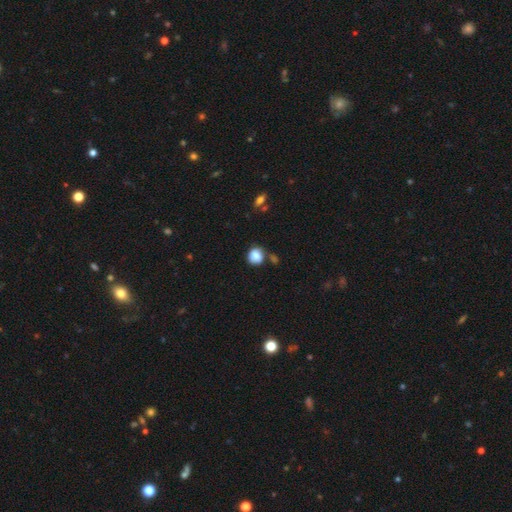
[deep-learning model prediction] smooth-or-featured: smooth: 84% | star or artifact: 9% | featured or disk: 7%
  how-rounded: round: 81% | in between: 18% | cigar-shaped: 1%
  merging: none: 63% | minor disturbance: 19% | merger: 13% | major disturbance: 5%